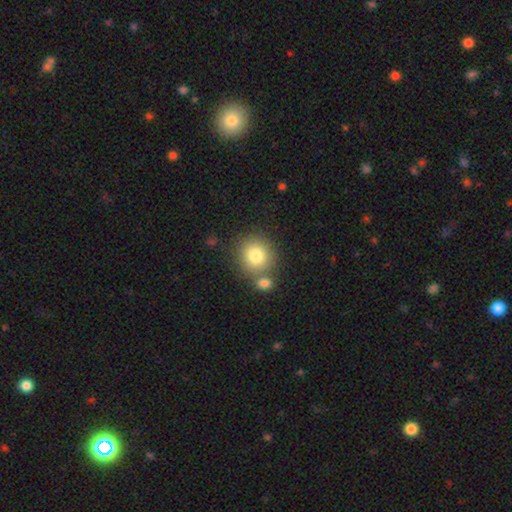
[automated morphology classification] Smooth or featured?
  - smooth: 81% *
  - featured or disk: 10%
  - star or artifact: 9%
How rounded?
  - round: 86% *
  - in between: 13%
  - cigar-shaped: 1%
Merging?
  - none: 61% *
  - merger: 26%
  - minor disturbance: 10%
  - major disturbance: 4%